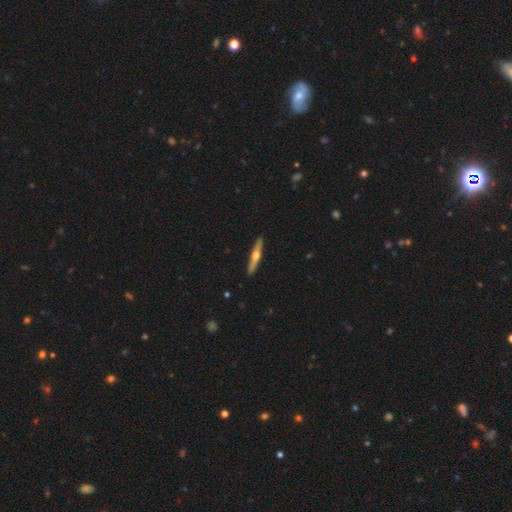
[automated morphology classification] Smooth or featured?
  - featured or disk: 59% *
  - smooth: 36%
  - star or artifact: 5%
Edge-on disk?
  - yes: 96% *
  - no: 4%
Edge-on bulge?
  - rounded: 91% *
  - none: 6%
  - boxy: 3%
Merging?
  - none: 92% *
  - minor disturbance: 6%
  - major disturbance: 1%
  - merger: 1%